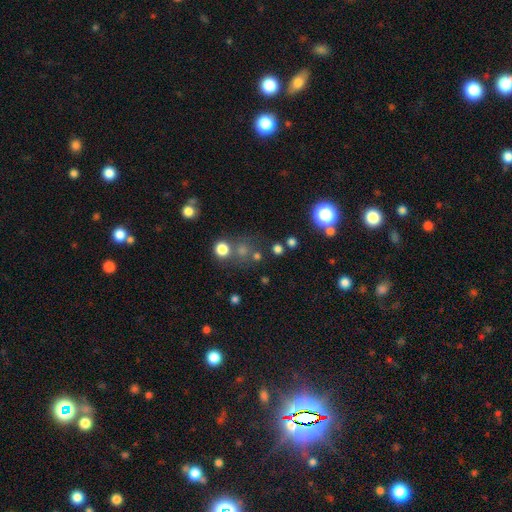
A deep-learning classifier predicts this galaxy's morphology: Smooth or featured?
  - smooth: 50% *
  - star or artifact: 40%
  - featured or disk: 10%
How rounded?
  - round: 89% *
  - in between: 10%
  - cigar-shaped: 1%
Merging?
  - none: 69% *
  - merger: 17%
  - minor disturbance: 9%
  - major disturbance: 5%